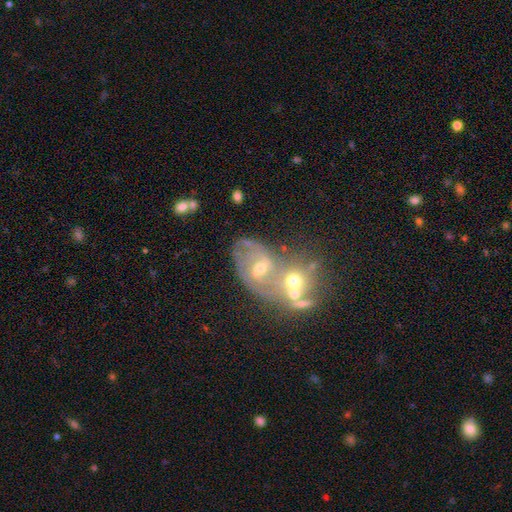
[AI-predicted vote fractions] Smooth or featured?
  - featured or disk: 67% *
  - smooth: 18%
  - star or artifact: 14%
Edge-on disk?
  - no: 96% *
  - yes: 4%
Bar?
  - no: 55% *
  - weak: 34%
  - strong: 10%
Spiral arms?
  - yes: 75% *
  - no: 25%
Bulge size?
  - small: 48% *
  - moderate: 44%
  - none: 4%
  - large: 3%
  - dominant: 1%
Merging?
  - merger: 56% *
  - none: 25%
  - minor disturbance: 11%
  - major disturbance: 9%